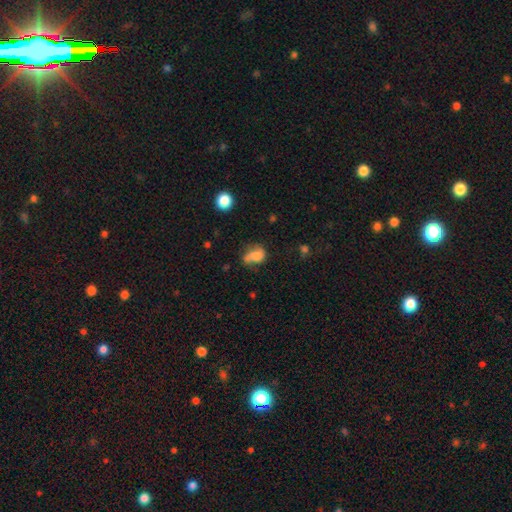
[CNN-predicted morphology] The model was most divided on "merging": none: 37%, minor disturbance: 33%, major disturbance: 22%, merger: 7%. More confident: how rounded — in between (75%); smooth or featured — smooth (67%).